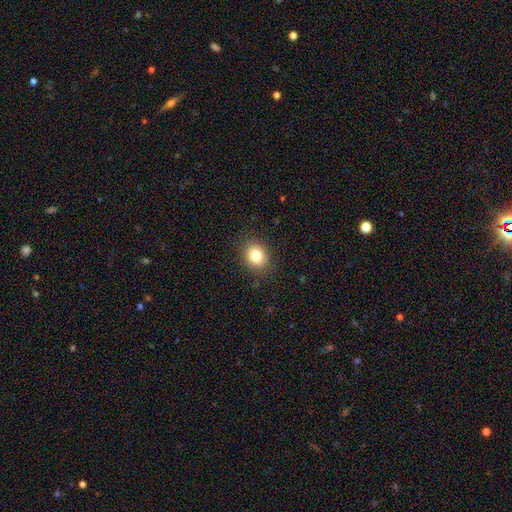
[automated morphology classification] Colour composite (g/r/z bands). It shows a smooth galaxy with no disk features (82%) that is round (60%). Merging: none (87%).